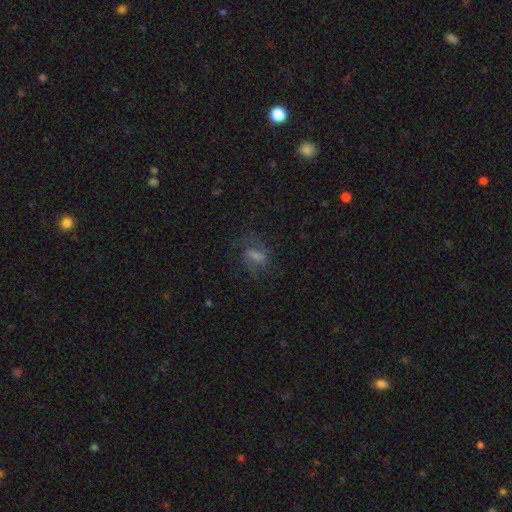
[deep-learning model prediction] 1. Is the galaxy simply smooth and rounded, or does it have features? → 49% smooth, 35% featured or disk, 16% star or artifact.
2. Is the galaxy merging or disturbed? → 63% none, 19% minor disturbance, 16% major disturbance, 2% merger.